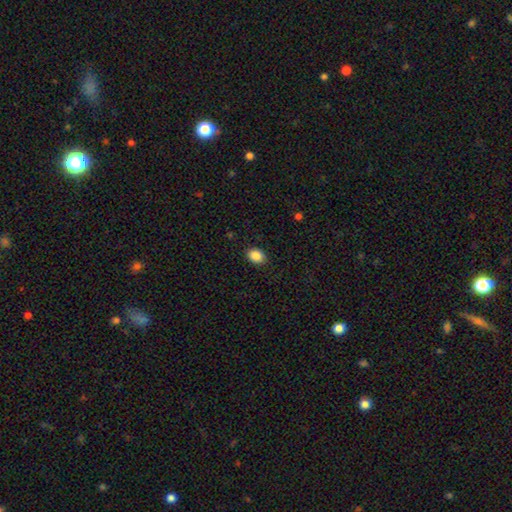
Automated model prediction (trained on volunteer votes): The model was most divided on "how rounded": in between: 69%, round: 30%, cigar-shaped: 1%. More confident: merging — none (89%); smooth or featured — smooth (88%).